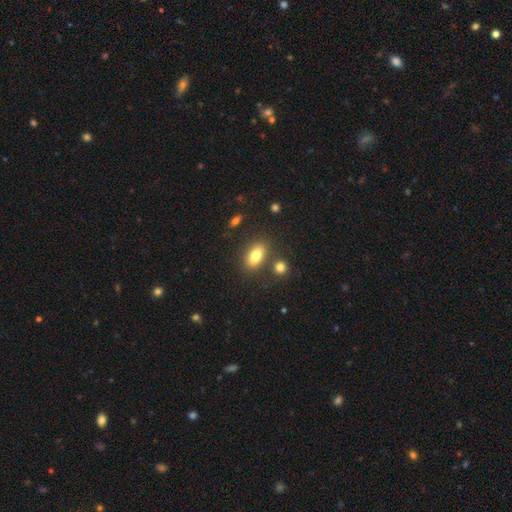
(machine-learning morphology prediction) smooth 79%, featured or disk 12%, star or artifact 9%. Down the decision tree: how rounded — in between (86%); merging — none (76%).